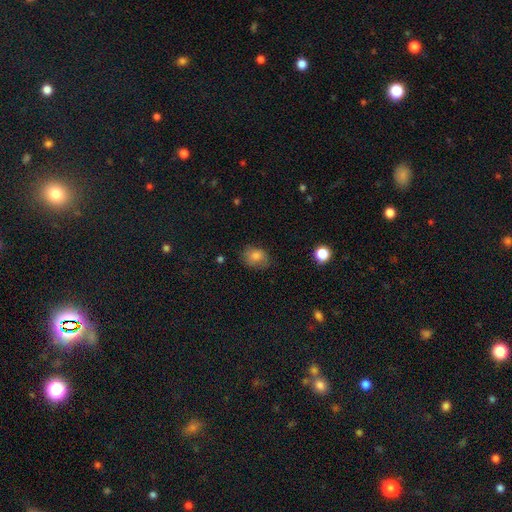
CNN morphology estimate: This appears to be a smooth galaxy with no disk features (81%) that is in between round and cigar-shaped (60%). Merging: none (66%).